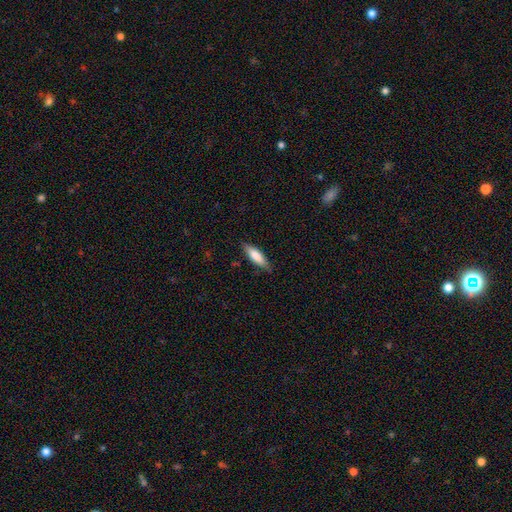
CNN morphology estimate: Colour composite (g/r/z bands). It shows a smooth galaxy with no disk features (77%) that is cigar-shaped (55%). Merging: none (82%).